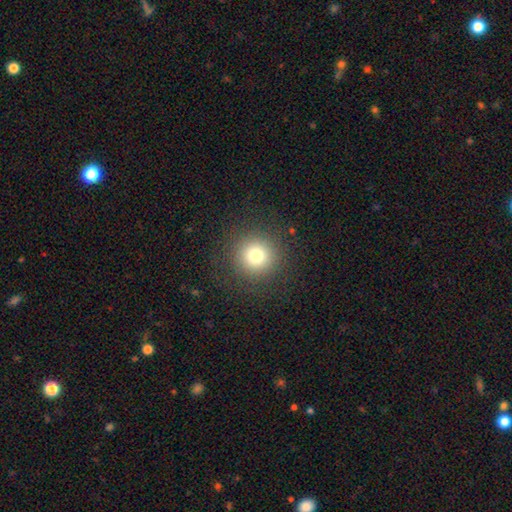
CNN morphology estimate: This appears to be a smooth galaxy with no disk features (77%) that is round (95%). Merging: none (89%).